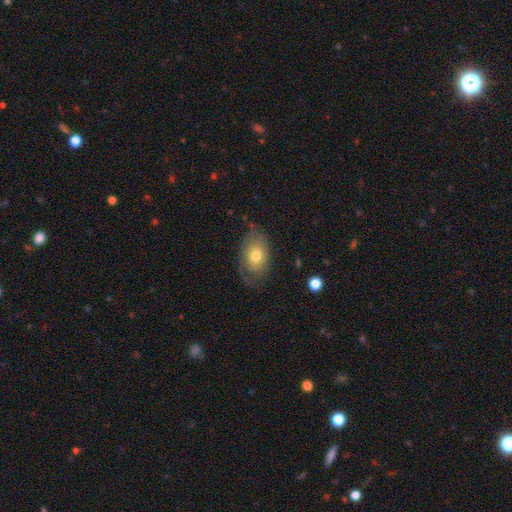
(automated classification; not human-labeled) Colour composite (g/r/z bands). It shows a smooth galaxy with no disk features (58%) that is in between round and cigar-shaped (86%). Merging: none (63%).